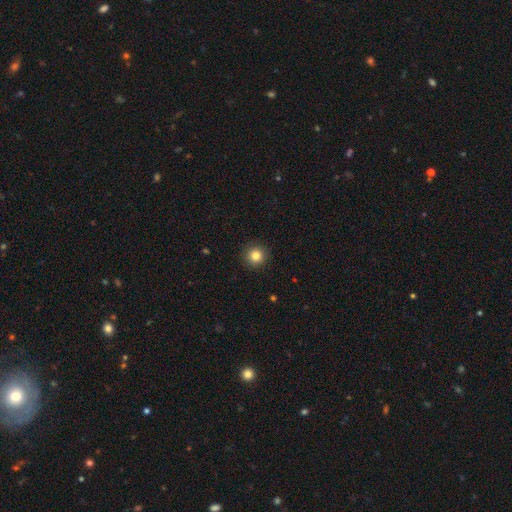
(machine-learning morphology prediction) Smooth or featured? Predicted: smooth (p=0.84). How rounded? Predicted: round (p=0.95). Merging? Predicted: none (p=0.92).